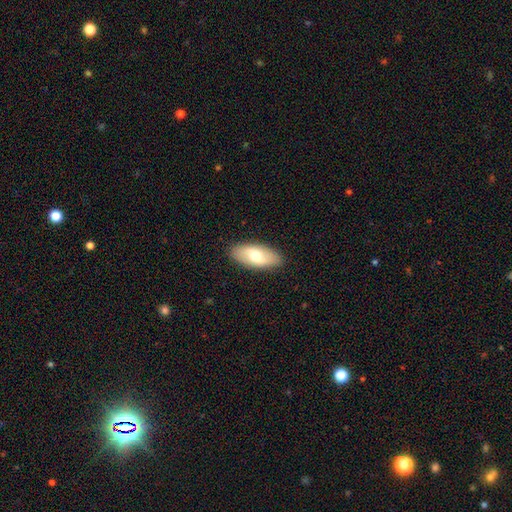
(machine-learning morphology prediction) type=smooth (60%); roundness=in between (87%); merging=none (88%).